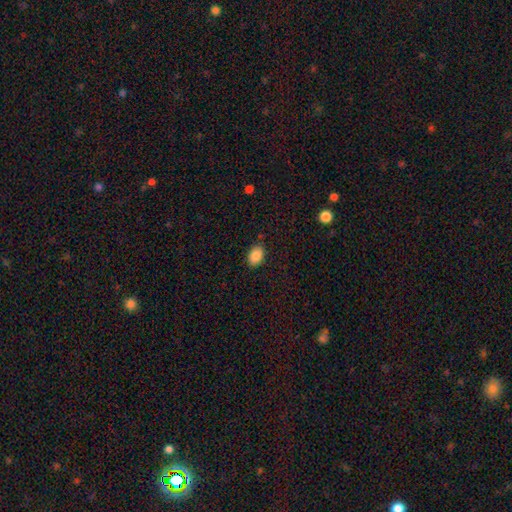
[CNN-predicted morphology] The model was most divided on "how rounded": in between: 84%, round: 15%, cigar-shaped: 1%. More confident: smooth or featured — smooth (88%); merging — none (85%).